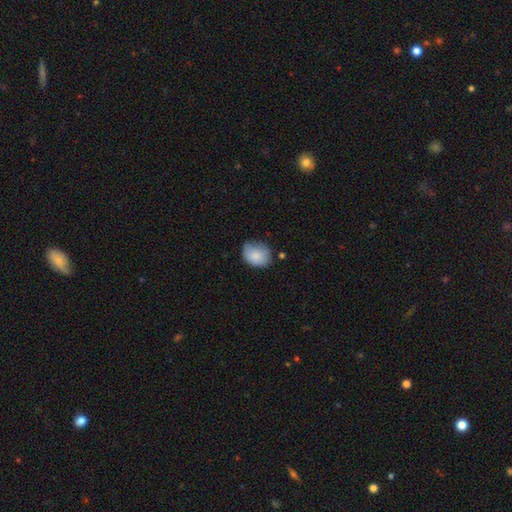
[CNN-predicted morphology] smooth-or-featured: smooth: 84% | featured or disk: 9% | star or artifact: 7%
  how-rounded: in between: 57% | round: 42% | cigar-shaped: 1%
  merging: none: 59% | minor disturbance: 32% | major disturbance: 7% | merger: 3%